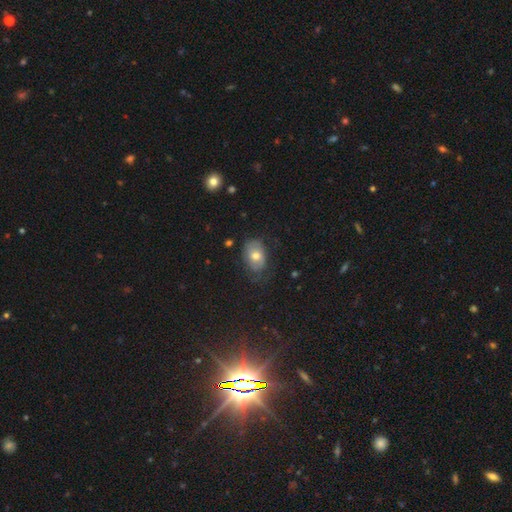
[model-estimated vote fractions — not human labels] A smooth galaxy with no disk features (63%) that is in between round and cigar-shaped (81%).

Vote fractions:
- Smooth or featured? smooth: 63% / featured or disk: 28% / star or artifact: 9%
- How rounded? in between: 81% / round: 18% / cigar-shaped: 1%
- Merging? none: 60% / minor disturbance: 28% / major disturbance: 11% / merger: 2%